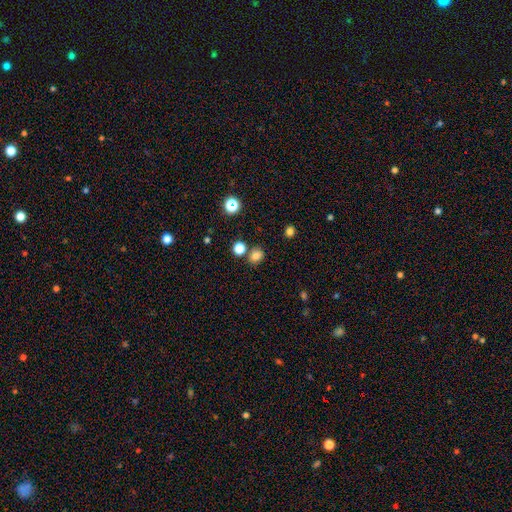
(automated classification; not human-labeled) smooth-or-featured: smooth: 78% | star or artifact: 16% | featured or disk: 6%
  how-rounded: round: 56% | in between: 43% | cigar-shaped: 1%
  merging: none: 76% | merger: 11% | minor disturbance: 10% | major disturbance: 3%